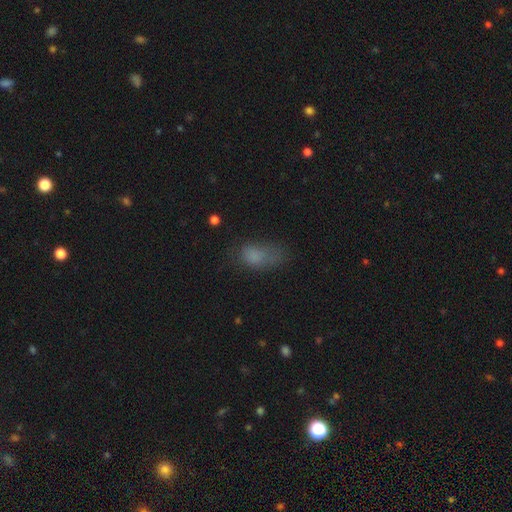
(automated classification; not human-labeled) A smooth galaxy with no disk features (74%) that is in between round and cigar-shaped (85%).

Vote fractions:
- Smooth or featured? smooth: 74% / star or artifact: 14% / featured or disk: 12%
- How rounded? in between: 85% / round: 12% / cigar-shaped: 4%
- Merging? none: 39% / minor disturbance: 30% / major disturbance: 27% / merger: 3%